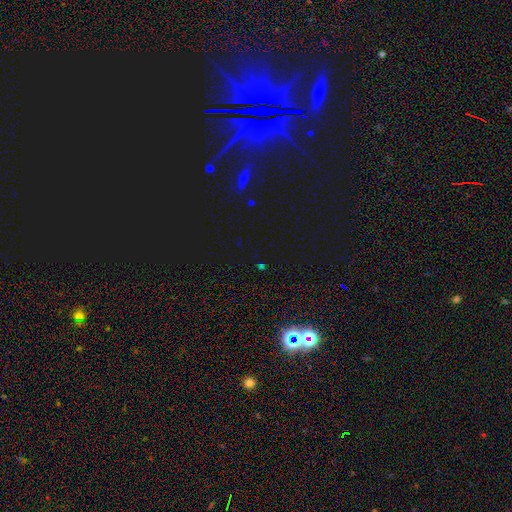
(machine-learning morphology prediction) Smooth or featured? star or artifact (69%)